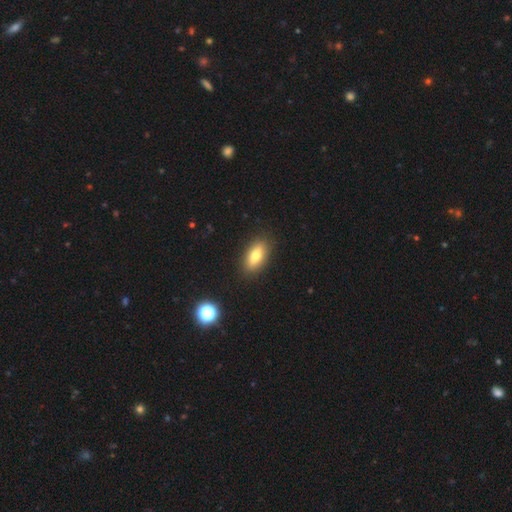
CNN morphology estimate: Smooth or featured? smooth (74%)
How rounded? in between (83%)
Merging? none (88%)